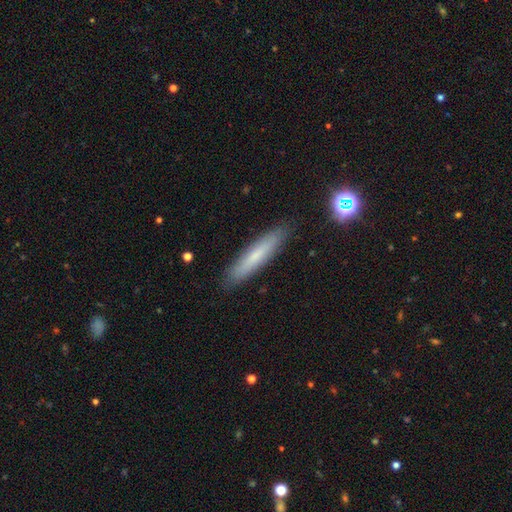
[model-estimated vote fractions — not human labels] This is likely a smooth galaxy (67%). How rounded: clearly cigar-shaped (89%). Merging: clearly none (89%).